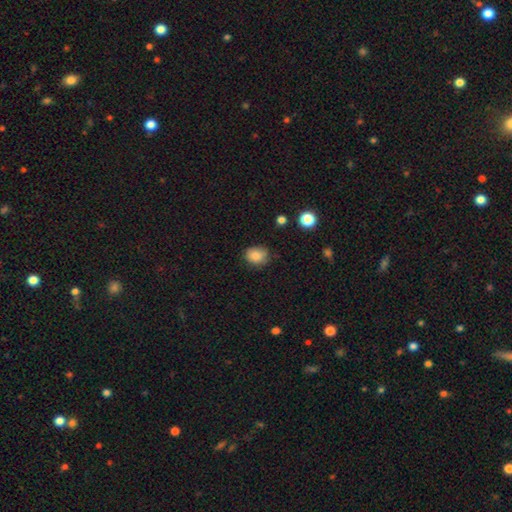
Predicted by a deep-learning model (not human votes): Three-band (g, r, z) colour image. It shows a smooth galaxy with no disk features (85%) that is round (53%). Merging: none (71%).